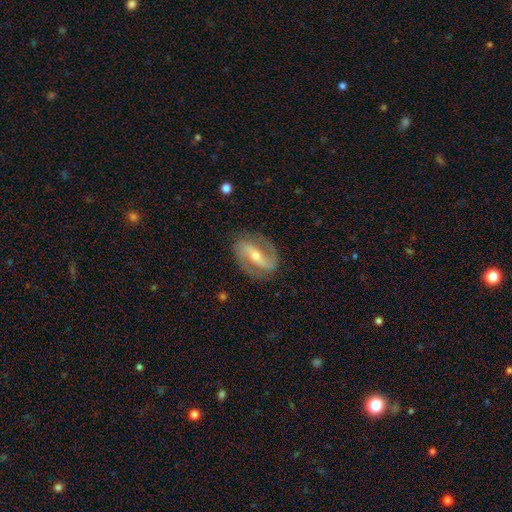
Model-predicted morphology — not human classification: Smooth or featured? featured or disk (86%)
Edge-on disk? no (95%)
Bar? strong (59%)
Spiral arms? yes (93%)
Spiral winding? medium (47%)
Spiral arm count? 2 (90%)
Bulge size? small (53%)
Merging? none (82%)